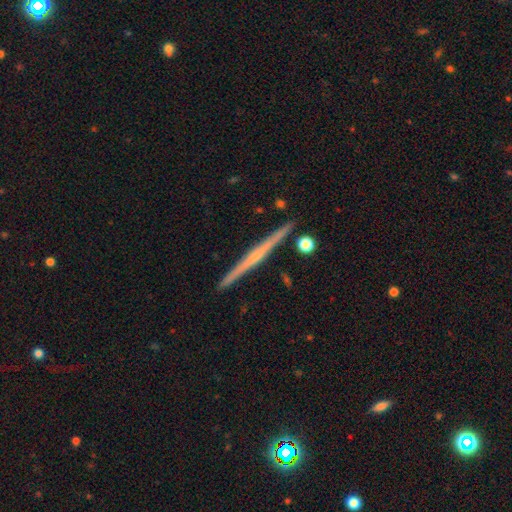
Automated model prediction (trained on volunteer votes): The model was most divided on "edge-on bulge": none: 47%, rounded: 45%, boxy: 8%. More confident: edge-on disk — yes (98%); merging — none (91%); smooth or featured — featured or disk (74%).